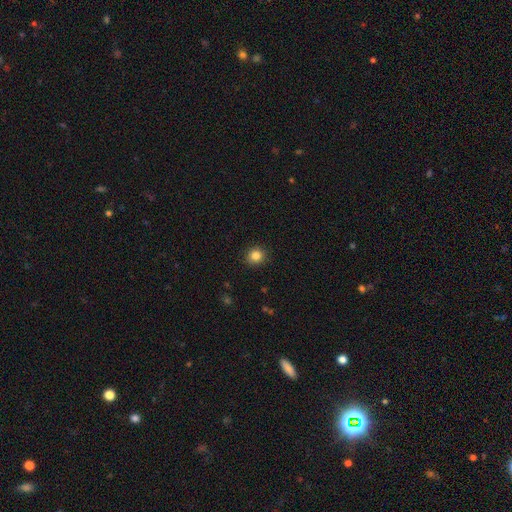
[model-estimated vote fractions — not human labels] A smooth galaxy with no disk features (84%) that is round (89%).

Vote fractions:
- Smooth or featured? smooth: 84% / star or artifact: 11% / featured or disk: 5%
- How rounded? round: 89% / in between: 10% / cigar-shaped: 1%
- Merging? none: 91% / minor disturbance: 6% / major disturbance: 2% / merger: 1%